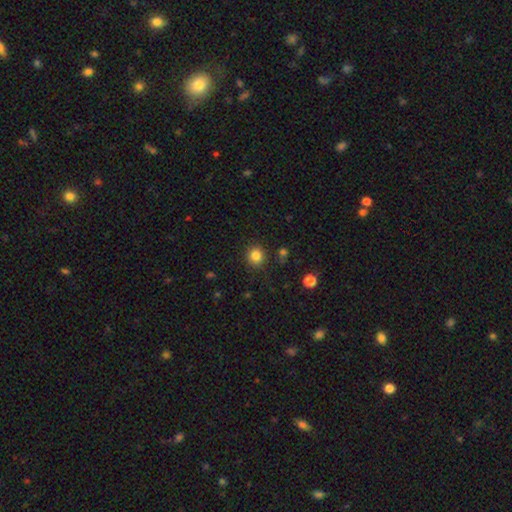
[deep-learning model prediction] smooth-or-featured: smooth: 84% | star or artifact: 12% | featured or disk: 4%
  how-rounded: round: 88% | in between: 11% | cigar-shaped: 1%
  merging: none: 87% | minor disturbance: 8% | major disturbance: 3% | merger: 2%